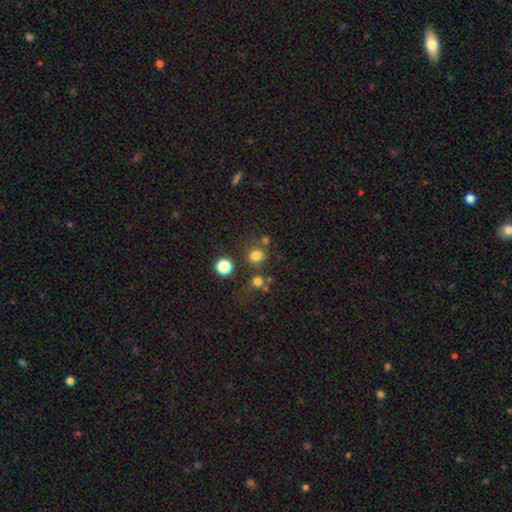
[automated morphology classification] Smooth or featured? smooth (77%)
How rounded? round (87%)
Merging? none (73%)